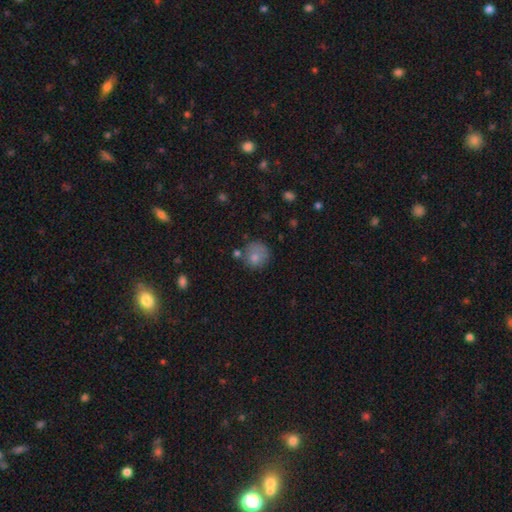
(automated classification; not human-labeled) Smooth or featured? Predicted: smooth (p=0.77). How rounded? Predicted: round (p=0.86). Merging? Predicted: none (p=0.61).